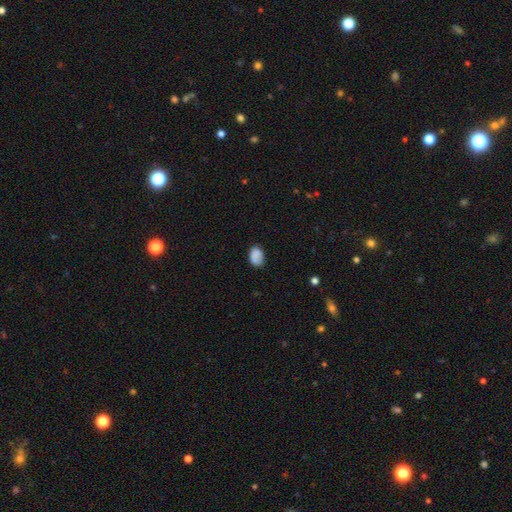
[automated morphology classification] Smooth or featured? smooth (79%)
How rounded? in between (80%)
Merging? none (66%)